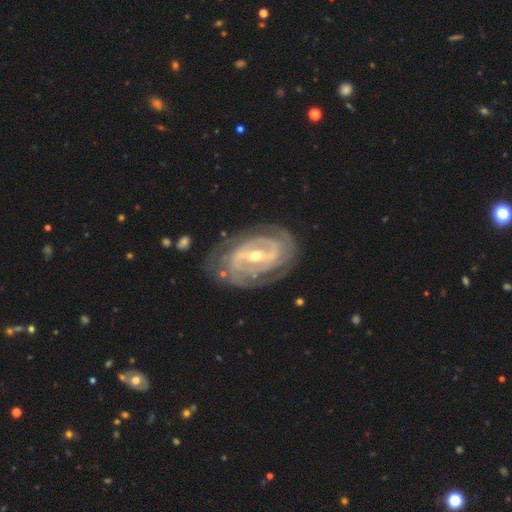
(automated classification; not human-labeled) Overall: featured or disk (91%). Edge-on disk: no (96%). Bar: strong (48%; weak 37%). Spiral arms: yes (97%). Spiral arm count: 2 (46%; 3 19%). Spiral winding: tight (71%). Bulge size: moderate (50%; small 46%). Merging: none (76%).